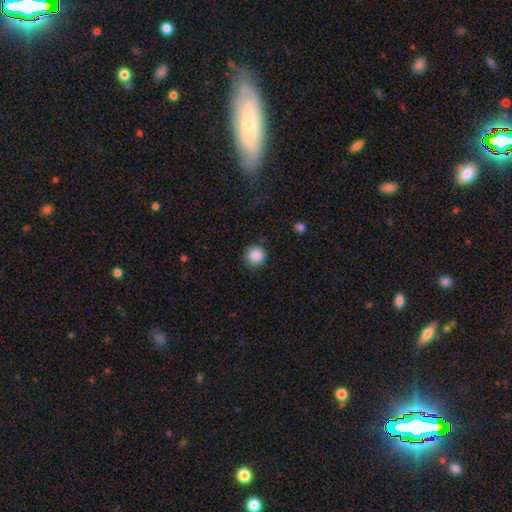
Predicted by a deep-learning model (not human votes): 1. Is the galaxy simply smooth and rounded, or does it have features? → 88% smooth, 9% star or artifact, 3% featured or disk.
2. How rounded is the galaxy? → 93% round, 6% in between, 1% cigar-shaped.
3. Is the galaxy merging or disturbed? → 86% none, 10% minor disturbance, 3% major disturbance, 1% merger.